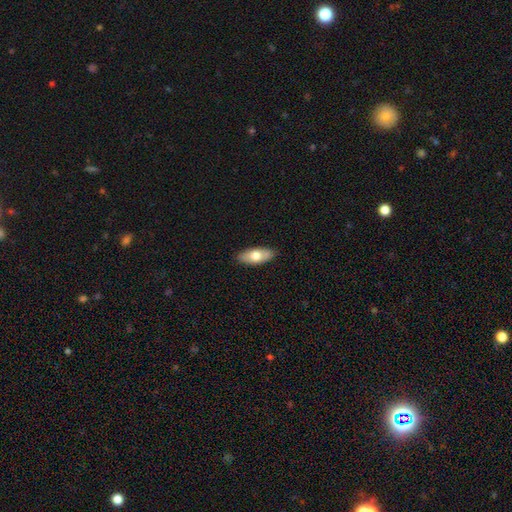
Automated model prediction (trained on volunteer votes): The model was most divided on "smooth or featured": smooth: 69%, featured or disk: 25%, star or artifact: 6%. More confident: merging — none (89%); how rounded — in between (82%).